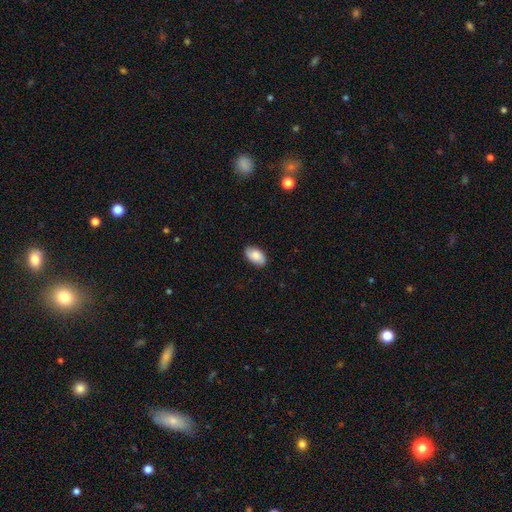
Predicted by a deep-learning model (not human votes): A smooth galaxy with no disk features (81%) that is in between round and cigar-shaped (93%). Merging: none (85%).